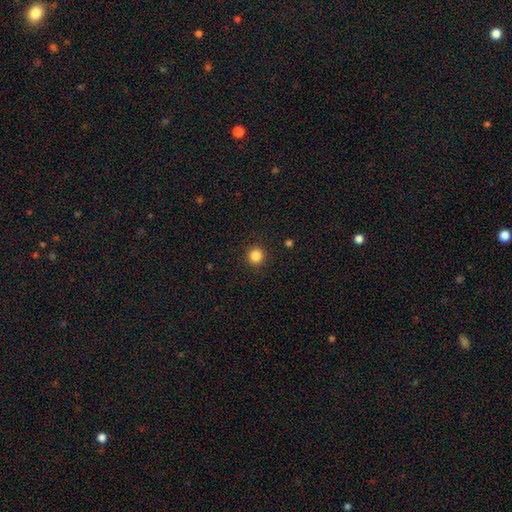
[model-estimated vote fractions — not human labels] This is clearly a smooth galaxy (85%). How rounded: clearly round (94%). Merging: clearly none (92%).